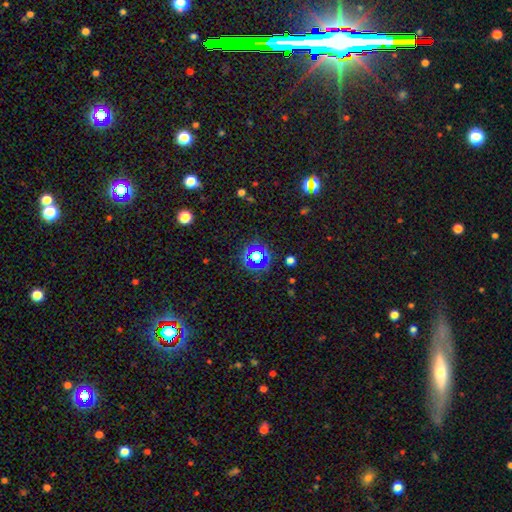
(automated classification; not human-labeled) A star or artifact, not a galaxy (66%).